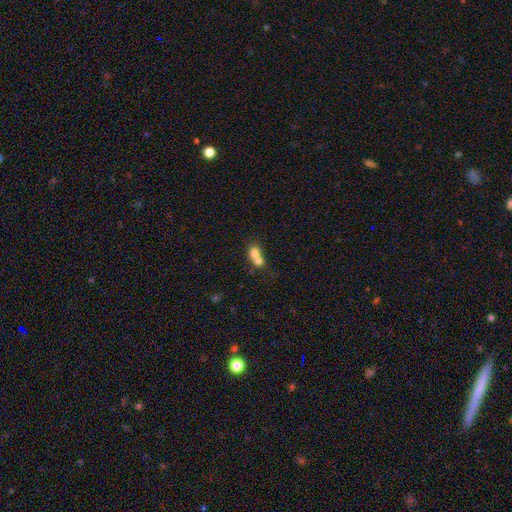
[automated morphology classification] A smooth galaxy with no disk features (71%) that is round (63%). Merging: merger (72%).